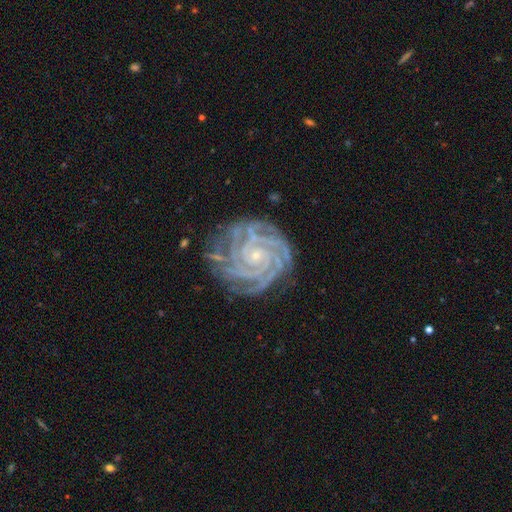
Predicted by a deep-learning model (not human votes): Smooth or featured? Predicted: featured or disk (p=0.91). Edge-on disk? Predicted: no (p=0.98). Bar? Predicted: no (p=0.72). Spiral arms? Predicted: yes (p=0.99). Spiral winding? Predicted: tight (p=0.85). Spiral arm count? Predicted: 4 (p=0.34). Bulge size? Predicted: small (p=0.82). Merging? Predicted: none (p=0.78).